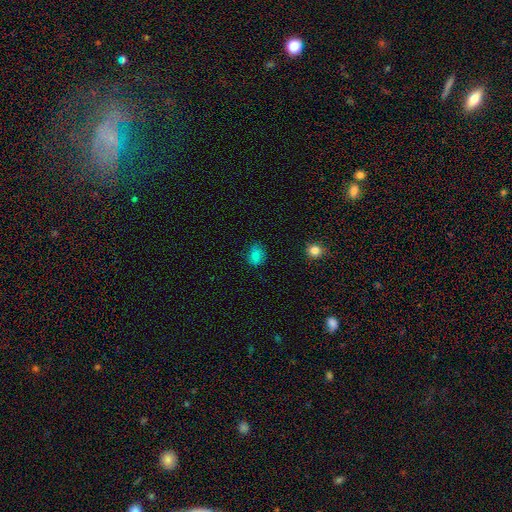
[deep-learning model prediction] This is clearly a smooth galaxy (80%). How rounded: likely in between (61%). Merging: likely none (73%).